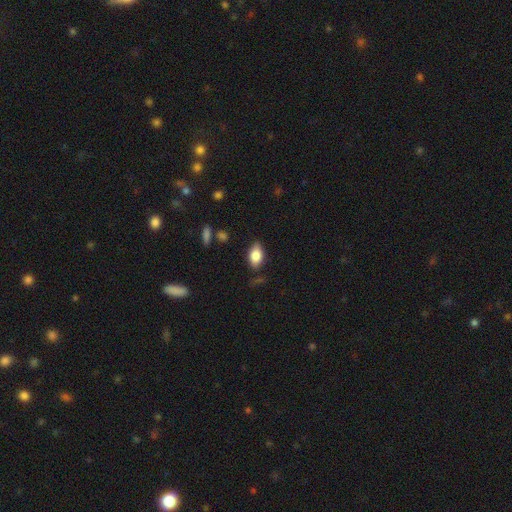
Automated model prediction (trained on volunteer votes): smooth_or_featured: smooth (p=0.80) [alt: featured or disk p=0.13]
how_rounded: in between (p=0.89) [alt: round p=0.08]
merging: none (p=0.75) [alt: minor disturbance p=0.18]